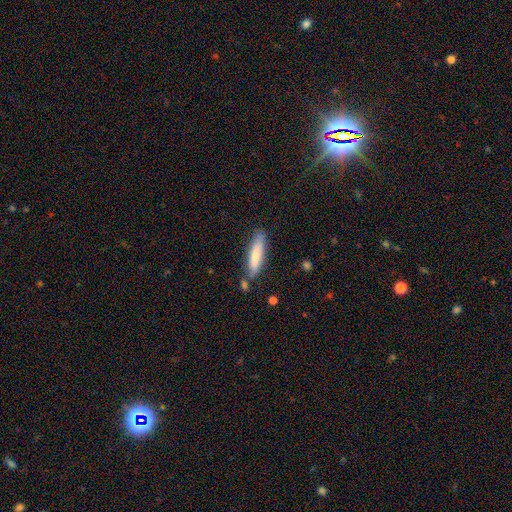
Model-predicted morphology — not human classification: The model was most divided on "how rounded": cigar-shaped: 75%, in between: 23%, round: 1%. More confident: smooth or featured — smooth (75%); merging — none (74%).